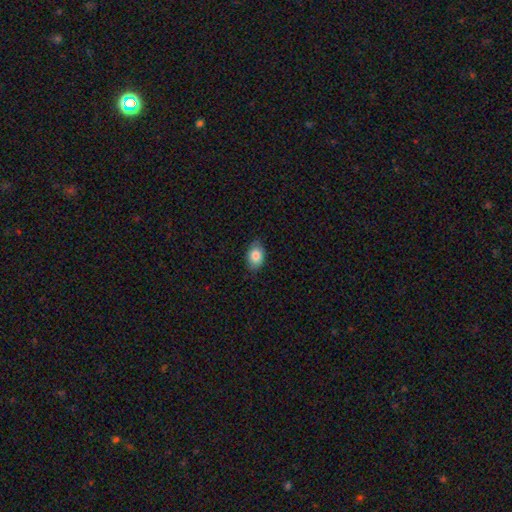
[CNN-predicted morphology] type=smooth (83%); roundness=in between (85%); merging=none (81%).